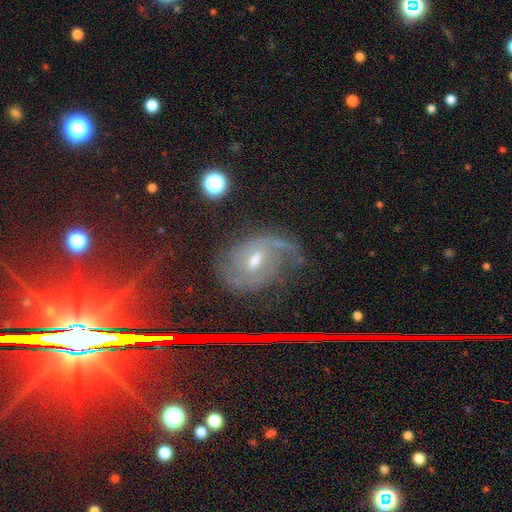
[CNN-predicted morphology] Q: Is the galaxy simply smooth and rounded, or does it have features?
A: featured or disk — 77%.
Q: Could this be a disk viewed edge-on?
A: no — 96%.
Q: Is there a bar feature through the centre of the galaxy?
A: weak — 53%.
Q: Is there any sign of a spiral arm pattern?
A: yes — 94%.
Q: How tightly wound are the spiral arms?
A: medium — 41%.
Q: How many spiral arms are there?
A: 2 — 55%.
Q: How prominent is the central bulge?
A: moderate — 54%.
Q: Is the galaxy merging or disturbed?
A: none — 65%.